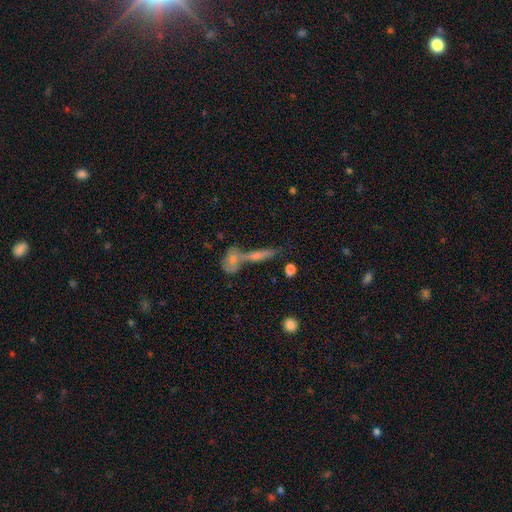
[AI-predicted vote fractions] featured or disk 47%, smooth 36%, star or artifact 17%. Down the decision tree: merging — none (44%).